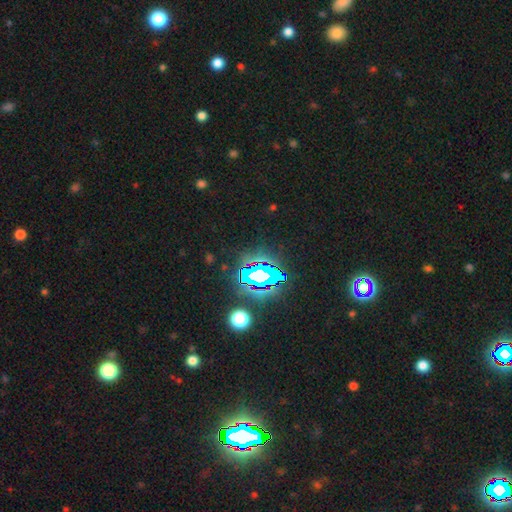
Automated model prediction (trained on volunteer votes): A star or artifact, not a galaxy (83%).